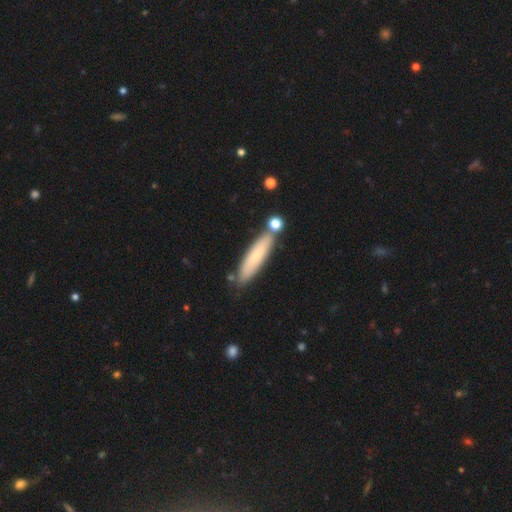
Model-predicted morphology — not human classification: smooth 73%, featured or disk 20%, star or artifact 7%. Down the decision tree: how rounded — cigar-shaped (81%); merging — none (76%).